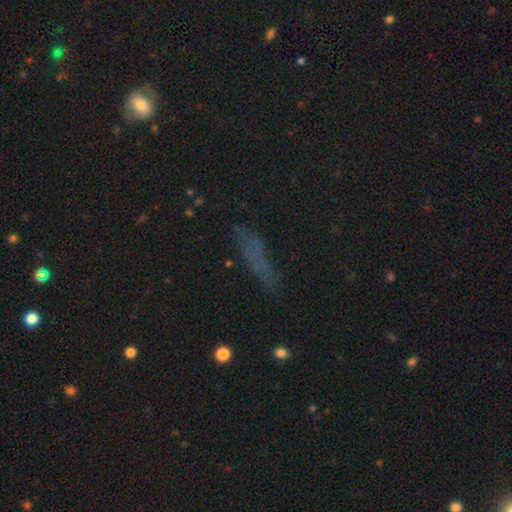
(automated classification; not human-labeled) A smooth galaxy with no disk features (50%) that is cigar-shaped (76%).

Vote fractions:
- Smooth or featured? smooth: 50% / star or artifact: 28% / featured or disk: 21%
- How rounded? cigar-shaped: 76% / in between: 19% / round: 5%
- Merging? none: 76% / minor disturbance: 16% / major disturbance: 6% / merger: 3%